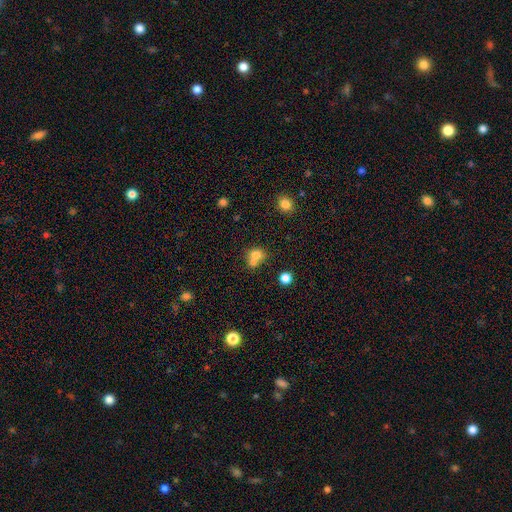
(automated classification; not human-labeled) Smooth or featured: smooth — 74% (featured or disk — 13%)
How rounded: round — 75% (in between — 24%)
Merging: merger — 53% (none — 37%)